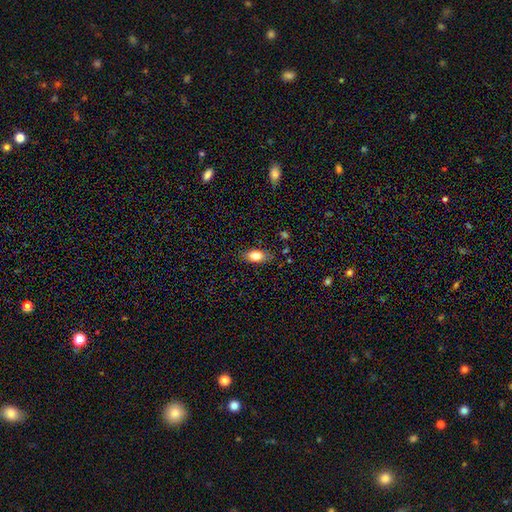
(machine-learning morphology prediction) Smooth or featured: smooth — 80% (featured or disk — 11%)
How rounded: in between — 85% (round — 9%)
Merging: none — 82% (minor disturbance — 13%)